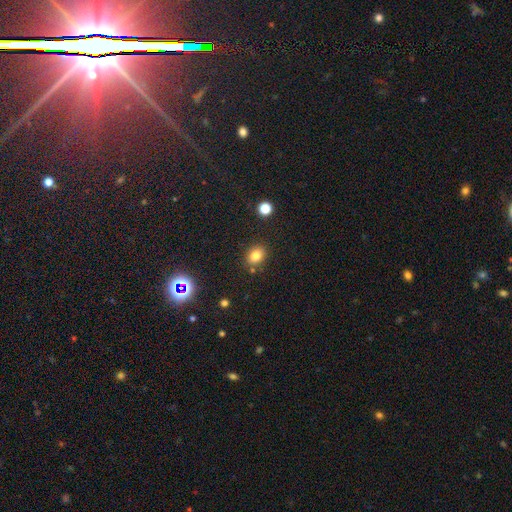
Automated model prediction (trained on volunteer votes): smooth 81%, star or artifact 12%, featured or disk 6%. Down the decision tree: how rounded — in between (53%); merging — none (82%).